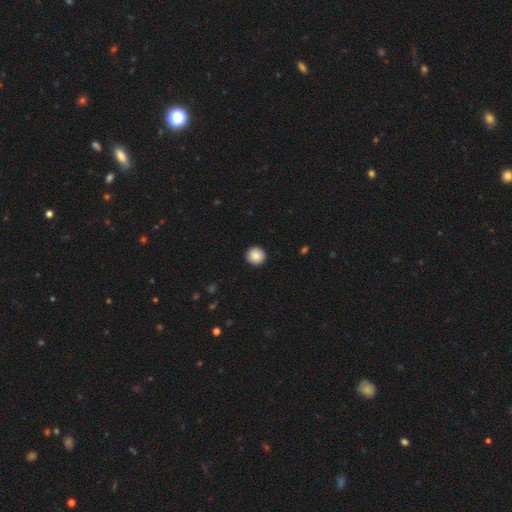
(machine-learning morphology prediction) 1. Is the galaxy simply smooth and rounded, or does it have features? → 87% smooth, 8% star or artifact, 5% featured or disk.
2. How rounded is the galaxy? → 95% round, 4% in between, 1% cigar-shaped.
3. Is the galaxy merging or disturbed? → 93% none, 5% minor disturbance, 1% major disturbance, 1% merger.